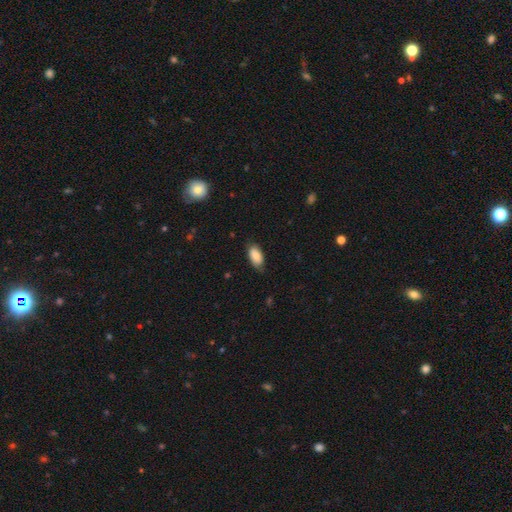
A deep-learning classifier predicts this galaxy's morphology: A smooth galaxy with no disk features (81%) that is in between round and cigar-shaped (93%).

Vote fractions:
- Smooth or featured? smooth: 81% / featured or disk: 12% / star or artifact: 7%
- How rounded? in between: 93% / cigar-shaped: 4% / round: 3%
- Merging? none: 72% / minor disturbance: 23% / major disturbance: 4% / merger: 1%